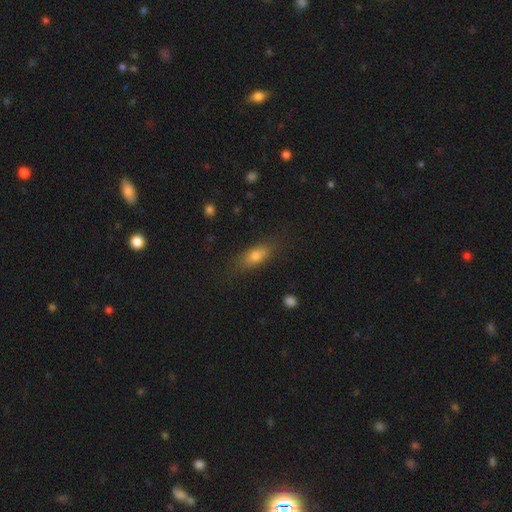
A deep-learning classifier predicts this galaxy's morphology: Overall: smooth (74%). How rounded: in between (72%). Merging: none (79%).